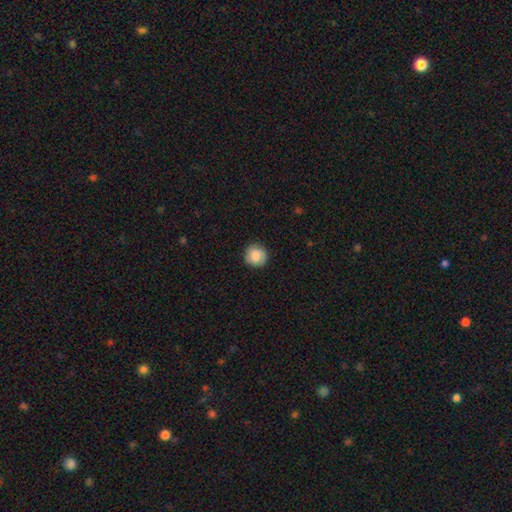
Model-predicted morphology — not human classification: smooth 81%, featured or disk 11%, star or artifact 8%. Down the decision tree: how rounded — round (92%); merging — none (88%).